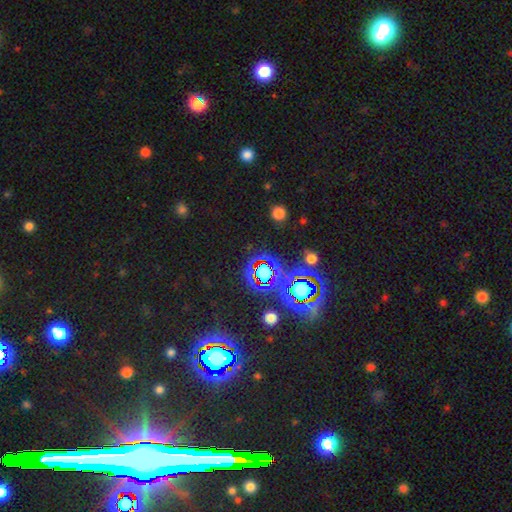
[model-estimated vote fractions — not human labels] This is likely a star or artifact rather than a galaxy (78%).